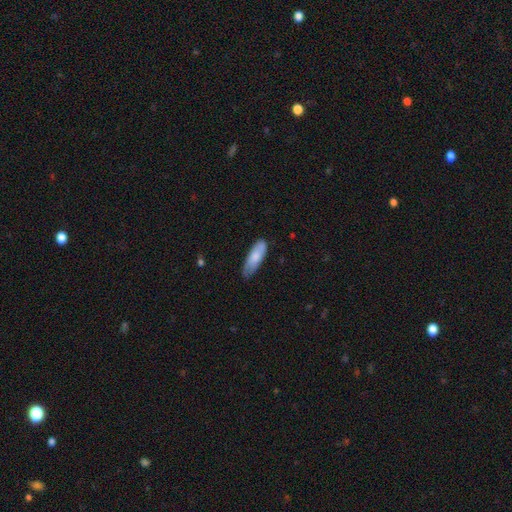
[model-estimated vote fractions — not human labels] This is likely a smooth galaxy (77%). How rounded: possibly in between (57%). Merging: likely none (62%).